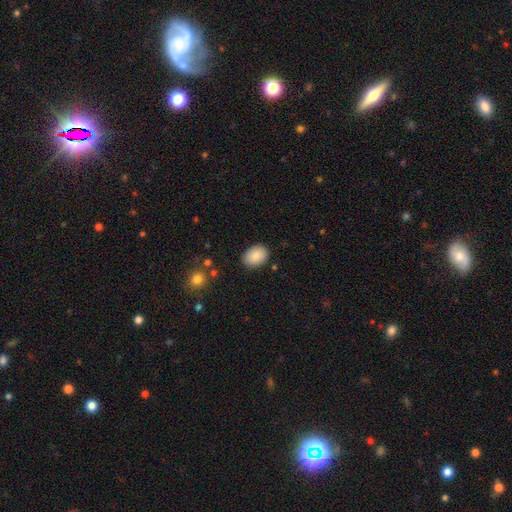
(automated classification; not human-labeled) Q: Smooth or featured?
A: smooth (86%); runner-up: star or artifact (7%)
Q: How rounded?
A: in between (76%); runner-up: round (23%)
Q: Merging?
A: none (86%); runner-up: minor disturbance (10%)